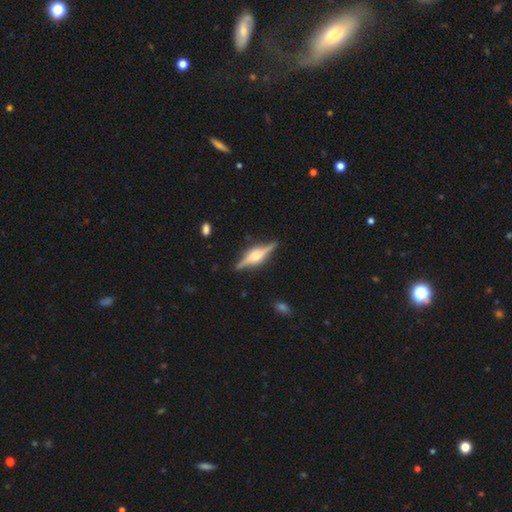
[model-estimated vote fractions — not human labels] Q: Smooth or featured?
A: featured or disk (83%); runner-up: smooth (12%)
Q: Edge-on disk?
A: yes (97%); runner-up: no (3%)
Q: Edge-on bulge?
A: rounded (88%); runner-up: boxy (10%)
Q: Merging?
A: none (87%); runner-up: minor disturbance (9%)